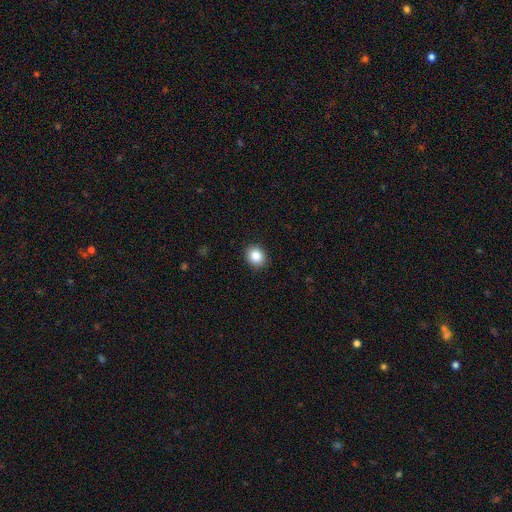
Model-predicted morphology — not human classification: Smooth or featured: smooth — 86% (star or artifact — 9%)
How rounded: round — 66% (in between — 33%)
Merging: none — 90% (minor disturbance — 7%)